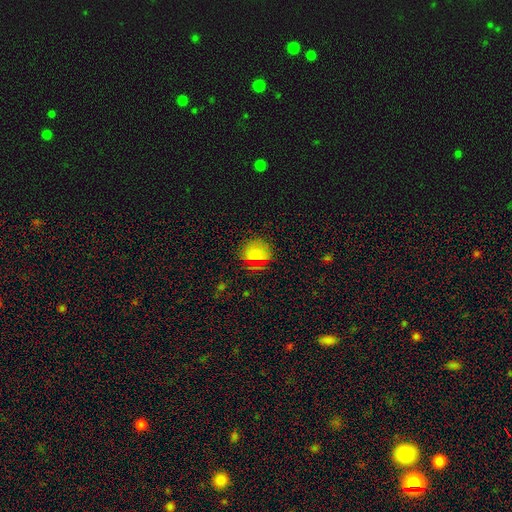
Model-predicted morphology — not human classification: type=smooth (72%); roundness=round (74%); merging=none (80%).